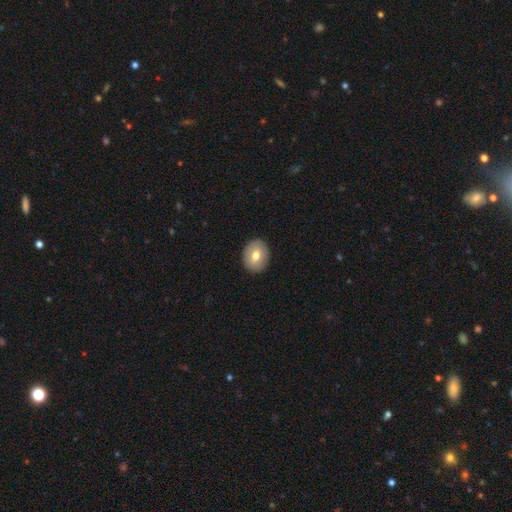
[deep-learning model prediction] This appears to be a smooth galaxy with no disk features (70%) that is round (52%). Merging: none (90%).